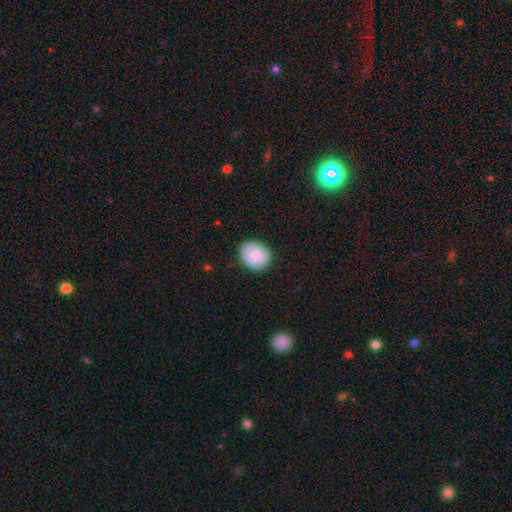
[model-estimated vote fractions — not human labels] Morphology: type=smooth (80%); roundness=round (59%); merging=none (85%).